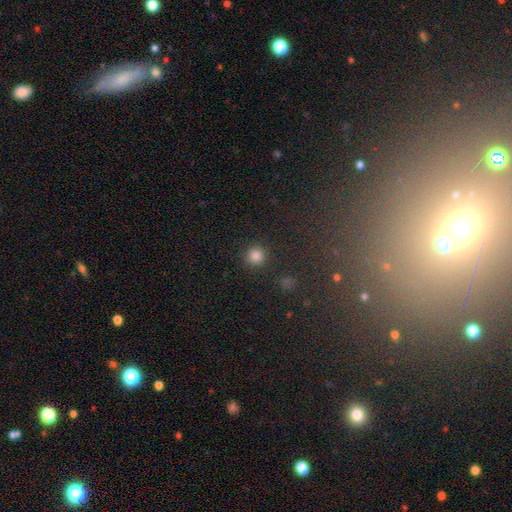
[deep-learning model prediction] A smooth galaxy with no disk features (83%) that is round (94%).

Vote fractions:
- Smooth or featured? smooth: 83% / star or artifact: 13% / featured or disk: 4%
- How rounded? round: 94% / in between: 5% / cigar-shaped: 1%
- Merging? none: 88% / minor disturbance: 7% / major disturbance: 3% / merger: 2%